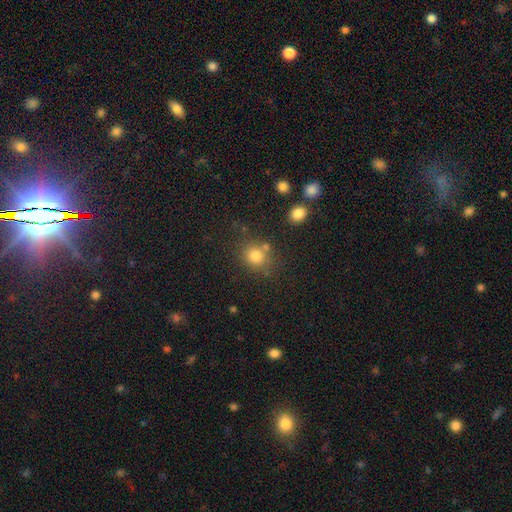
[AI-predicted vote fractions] A smooth galaxy with no disk features (79%) that is round (76%). Merging: none (70%).